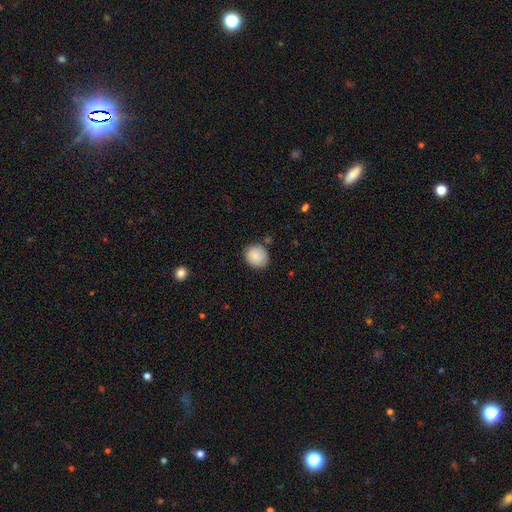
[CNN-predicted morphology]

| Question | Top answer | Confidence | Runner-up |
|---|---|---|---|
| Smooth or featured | smooth | 83% | featured or disk (10%) |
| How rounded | round | 79% | in between (20%) |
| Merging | none | 79% | minor disturbance (16%) |